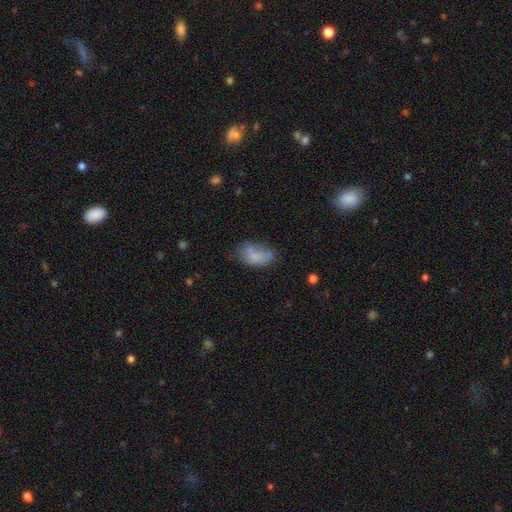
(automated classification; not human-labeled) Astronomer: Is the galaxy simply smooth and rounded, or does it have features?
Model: smooth — 69%.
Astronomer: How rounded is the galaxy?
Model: in between — 91%.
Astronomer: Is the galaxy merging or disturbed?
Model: none — 37% (runner-up: minor disturbance, 29%).